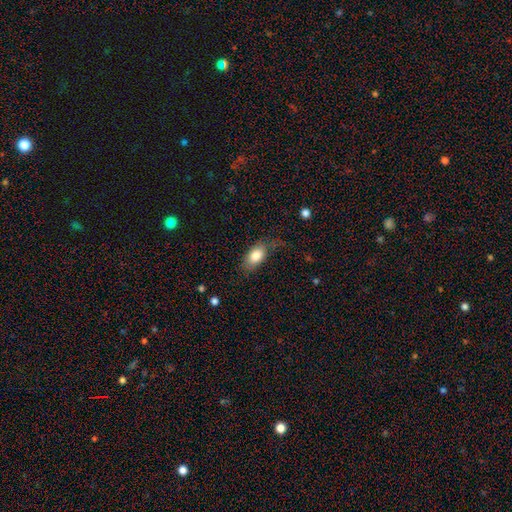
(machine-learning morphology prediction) The model was most divided on "merging": none: 61%, minor disturbance: 24%, major disturbance: 12%, merger: 2%. More confident: how rounded — in between (89%); smooth or featured — smooth (80%).